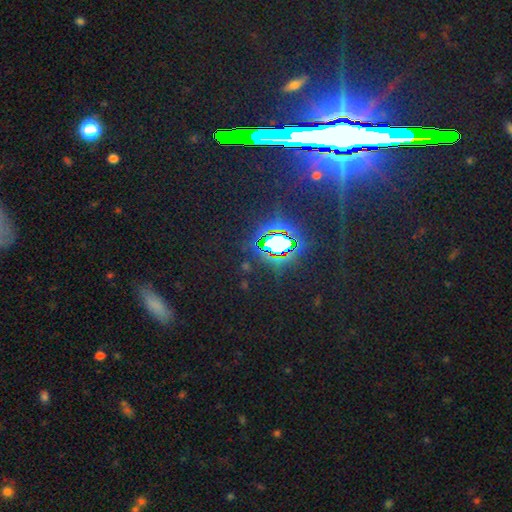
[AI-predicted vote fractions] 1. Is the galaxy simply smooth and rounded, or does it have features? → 78% star or artifact, 12% featured or disk, 10% smooth.